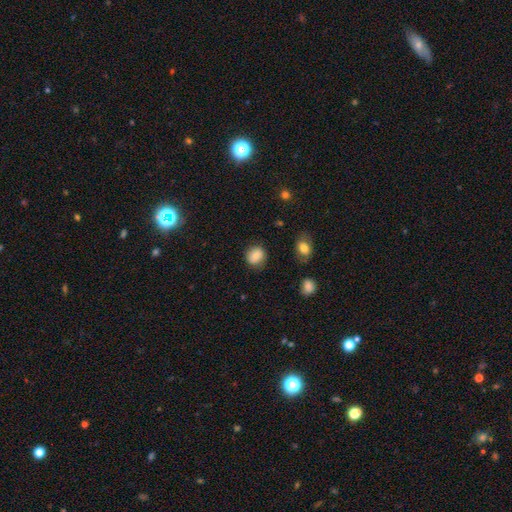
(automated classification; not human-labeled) A smooth galaxy with no disk features (82%) that is round (75%).

Vote fractions:
- Smooth or featured? smooth: 82% / star or artifact: 10% / featured or disk: 8%
- How rounded? round: 75% / in between: 24% / cigar-shaped: 1%
- Merging? none: 80% / minor disturbance: 14% / major disturbance: 4% / merger: 2%